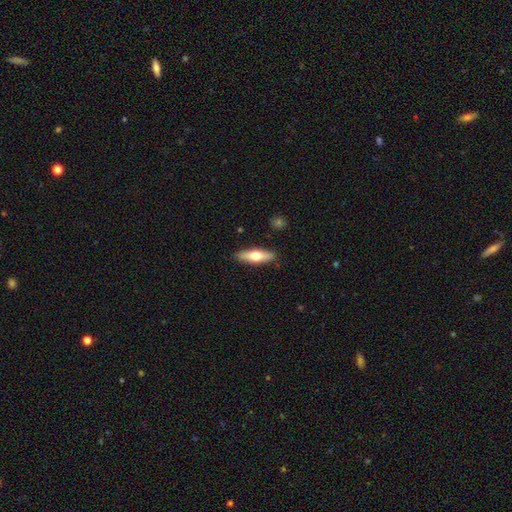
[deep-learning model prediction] A smooth galaxy with no disk features (59%) that is cigar-shaped (51%). Merging: none (89%).